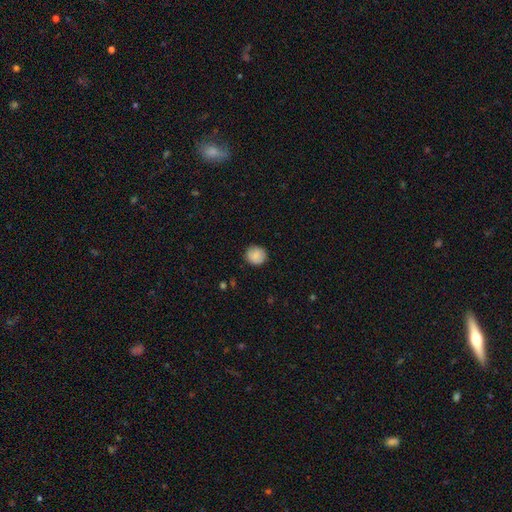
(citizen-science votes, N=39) A smooth galaxy with no disk features (77%) that is round (93%).

Vote fractions:
- Smooth or featured? smooth: 77% / featured or disk: 13% / star or artifact: 10%
- How rounded? round: 93% / in between: 7% / cigar-shaped: 0%
- Merging? none: 86% / minor disturbance: 9% / major disturbance: 6% / merger: 0%